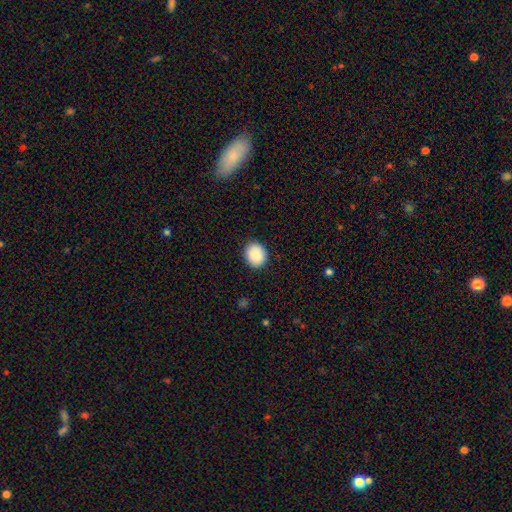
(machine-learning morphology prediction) smooth 90%, star or artifact 7%, featured or disk 3%. Down the decision tree: how rounded — round (63%); merging — none (89%).